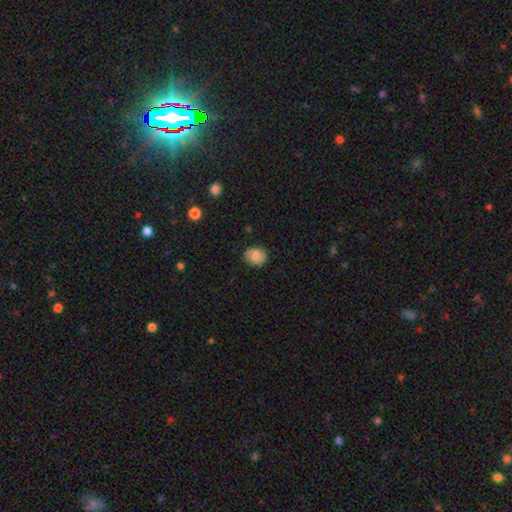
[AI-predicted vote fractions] Overall: smooth (71%). How rounded: round (53%; in between 46%). Merging: none (76%).